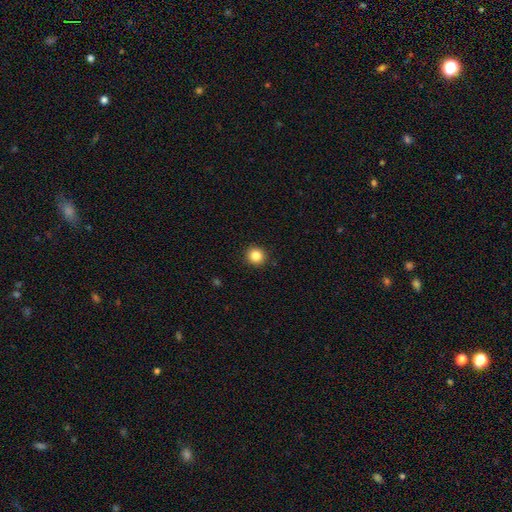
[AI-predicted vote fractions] This appears to be a smooth galaxy with no disk features (85%) that is round (94%). Merging: none (93%).